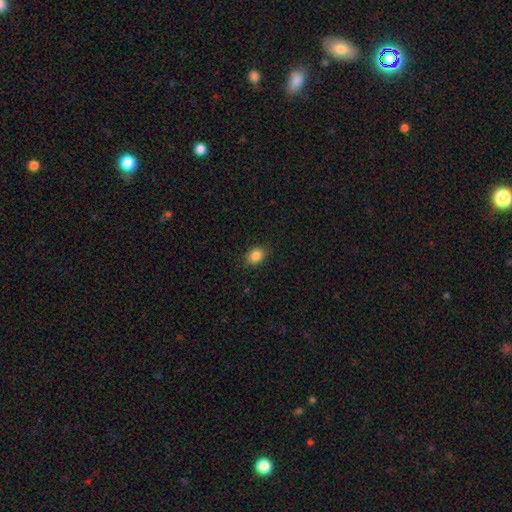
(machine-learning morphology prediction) Smooth or featured: smooth — 86% (star or artifact — 10%)
How rounded: in between — 54% (round — 45%)
Merging: none — 90% (minor disturbance — 7%)